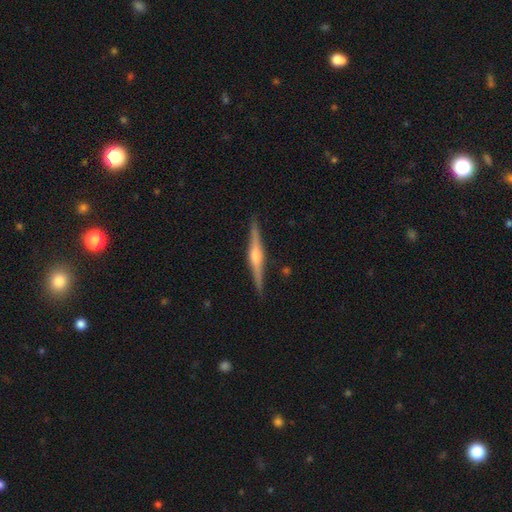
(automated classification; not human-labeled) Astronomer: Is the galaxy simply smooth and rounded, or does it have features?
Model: featured or disk — 82%.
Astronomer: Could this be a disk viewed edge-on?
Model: yes — 98%.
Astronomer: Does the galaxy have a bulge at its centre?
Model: rounded — 87%.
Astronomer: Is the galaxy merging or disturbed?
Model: none — 91%.